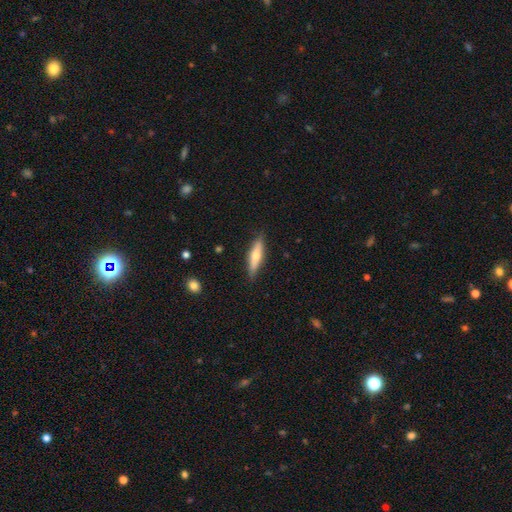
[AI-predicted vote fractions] Smooth or featured? Predicted: smooth (p=0.55). How rounded? Predicted: cigar-shaped (p=0.71). Merging? Predicted: none (p=0.86).